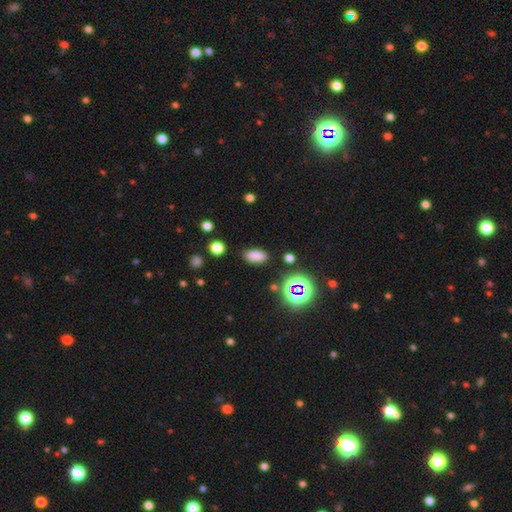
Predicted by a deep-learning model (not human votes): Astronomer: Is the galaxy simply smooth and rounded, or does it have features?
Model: smooth — 77%.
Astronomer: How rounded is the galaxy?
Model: in between — 89%.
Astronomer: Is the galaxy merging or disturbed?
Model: none — 84%.